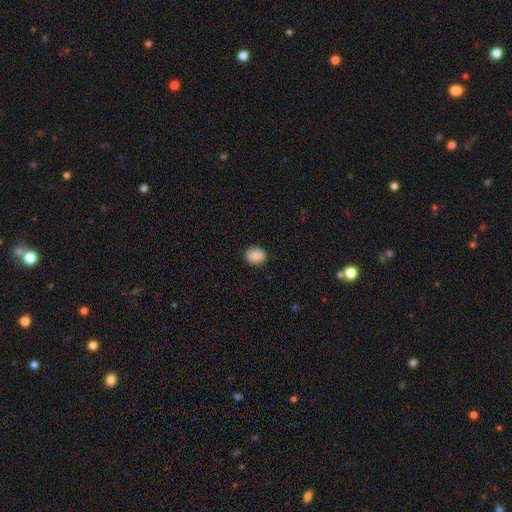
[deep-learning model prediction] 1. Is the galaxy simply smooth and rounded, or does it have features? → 89% smooth, 8% star or artifact, 3% featured or disk.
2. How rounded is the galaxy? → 55% round, 44% in between, 1% cigar-shaped.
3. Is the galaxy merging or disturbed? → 89% none, 8% minor disturbance, 2% major disturbance, 1% merger.